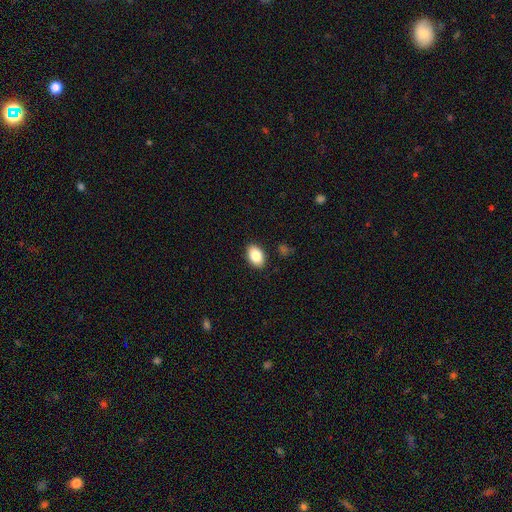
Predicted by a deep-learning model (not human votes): Smooth or featured? smooth (85%)
How rounded? in between (88%)
Merging? none (89%)